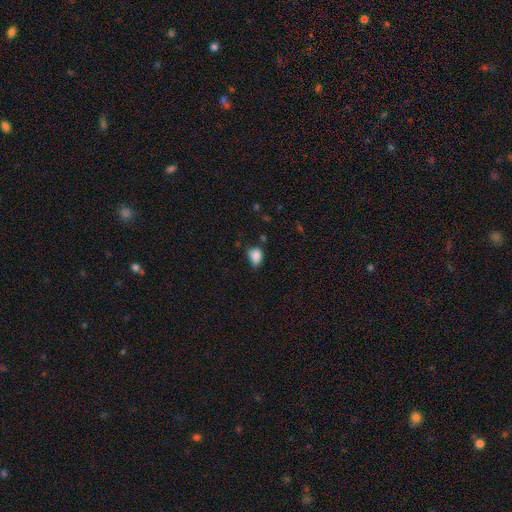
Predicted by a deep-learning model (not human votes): A smooth galaxy with no disk features (86%) that is in between round and cigar-shaped (66%). Merging: none (53%).